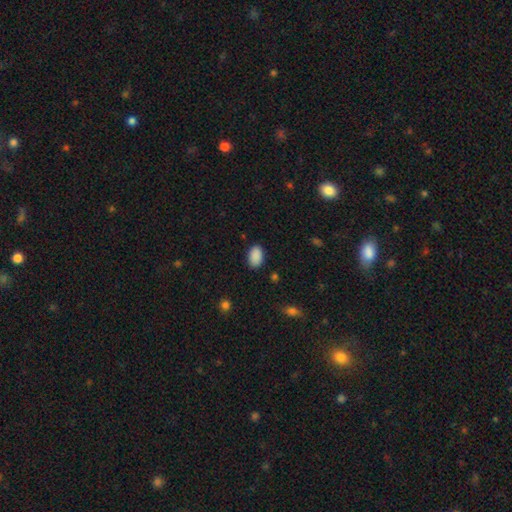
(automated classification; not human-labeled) Morphology: type=smooth (90%); roundness=in between (91%); merging=none (86%).